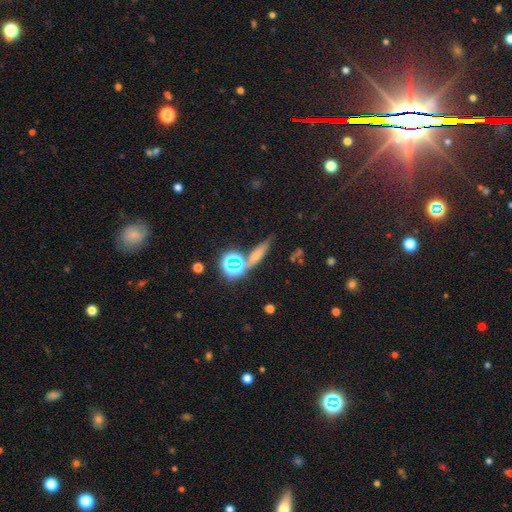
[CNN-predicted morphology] The model was most divided on "smooth or featured": smooth: 50%, star or artifact: 28%, featured or disk: 21%. More confident: merging — none (65%); how rounded — cigar-shaped (61%).